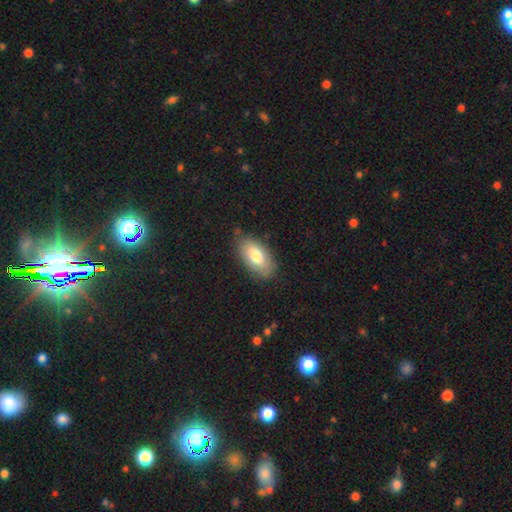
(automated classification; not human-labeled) smooth-or-featured: smooth: 76% | featured or disk: 17% | star or artifact: 7%
  how-rounded: in between: 93% | cigar-shaped: 4% | round: 3%
  merging: none: 81% | minor disturbance: 14% | major disturbance: 3% | merger: 2%